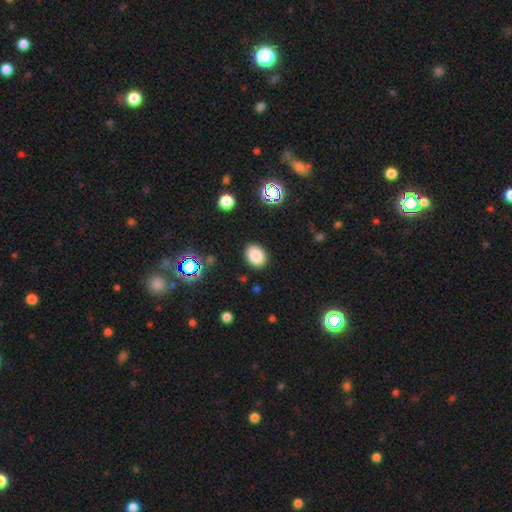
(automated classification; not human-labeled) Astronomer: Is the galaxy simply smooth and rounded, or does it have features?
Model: smooth — 83%.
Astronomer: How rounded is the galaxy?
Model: in between — 67%.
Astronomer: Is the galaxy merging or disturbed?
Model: none — 88%.